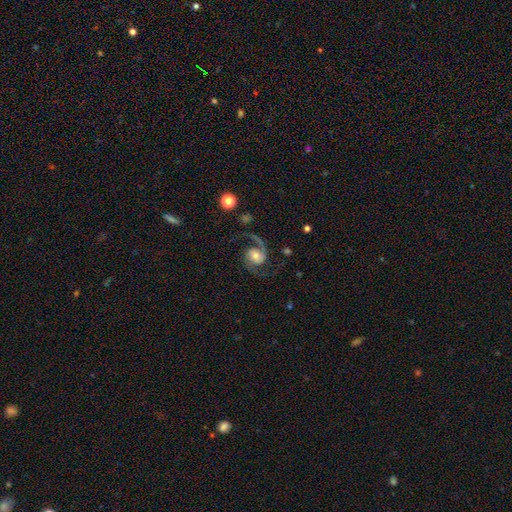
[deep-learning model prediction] This appears to be a featured or disk galaxy (87%) with no bar (61%), 2 (88%) medium (48%) spiral arms (98%) and a moderate central bulge (51%). Merging: none (72%).